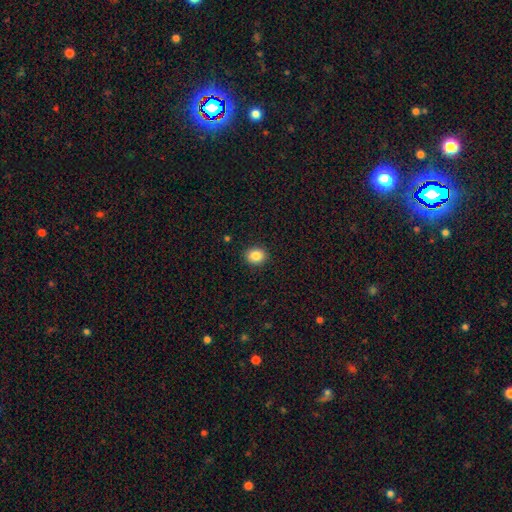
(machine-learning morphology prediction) Smooth or featured? smooth (85%)
How rounded? round (67%)
Merging? none (92%)